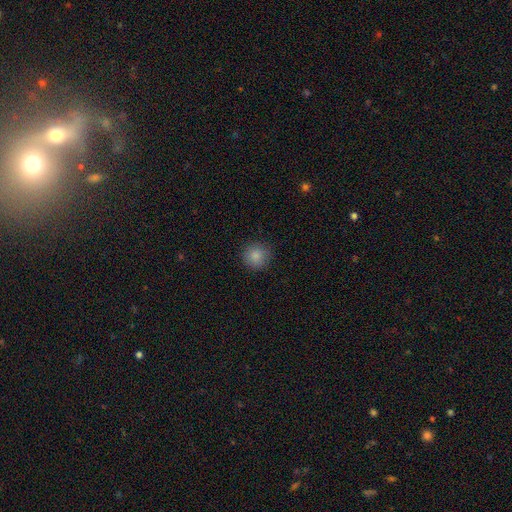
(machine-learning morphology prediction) Smooth or featured: smooth — 87% (star or artifact — 9%)
How rounded: round — 94% (in between — 5%)
Merging: none — 89% (minor disturbance — 8%)